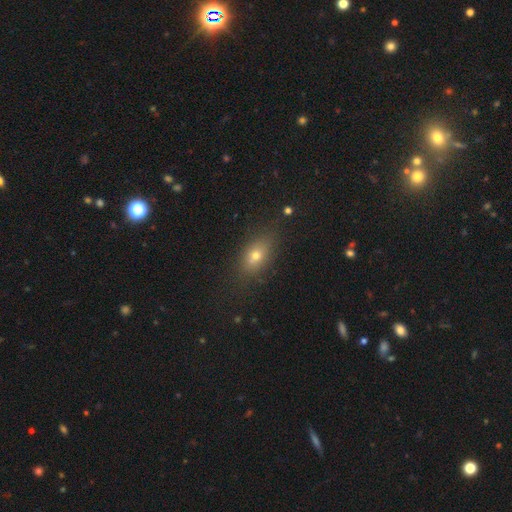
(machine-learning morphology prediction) The model was most divided on "smooth or featured": smooth: 67%, featured or disk: 18%, star or artifact: 15%. More confident: merging — none (80%); how rounded — in between (74%).